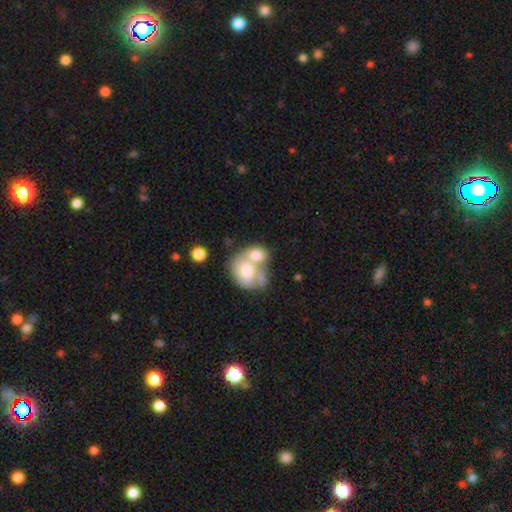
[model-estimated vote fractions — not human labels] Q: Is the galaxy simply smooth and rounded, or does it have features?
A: smooth — 61%.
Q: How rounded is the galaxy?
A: in between — 52%.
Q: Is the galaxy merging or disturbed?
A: merger — 71%.